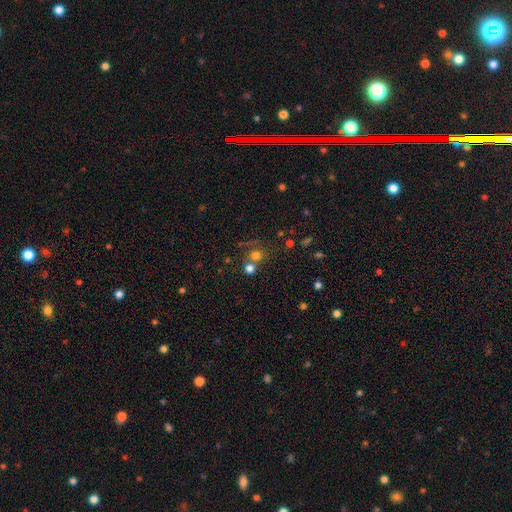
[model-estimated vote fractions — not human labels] smooth-or-featured: smooth: 69% | star or artifact: 19% | featured or disk: 12%
  how-rounded: round: 84% | in between: 15% | cigar-shaped: 1%
  merging: none: 51% | merger: 35% | minor disturbance: 8% | major disturbance: 6%